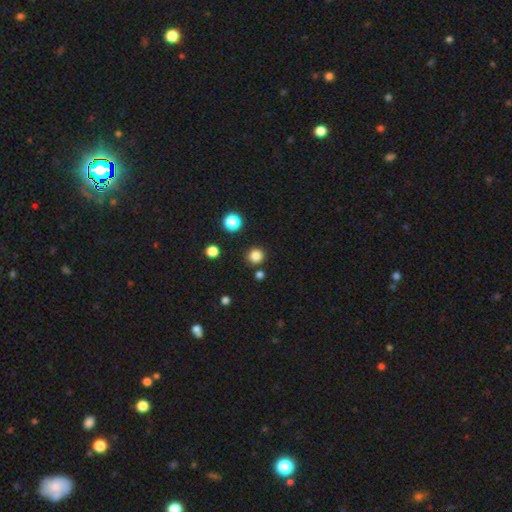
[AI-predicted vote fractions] Smooth or featured: smooth — 83% (star or artifact — 13%)
How rounded: round — 93% (in between — 6%)
Merging: none — 88% (minor disturbance — 6%)